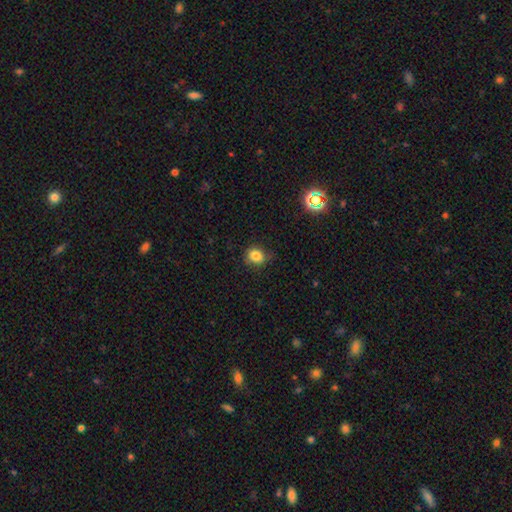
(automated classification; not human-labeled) This appears to be a smooth galaxy with no disk features (83%) that is round (64%). Merging: none (76%).